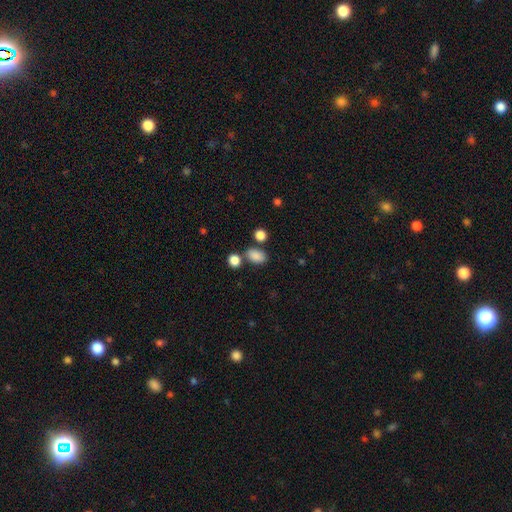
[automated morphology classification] Smooth or featured?
  - smooth: 85% *
  - star or artifact: 10%
  - featured or disk: 5%
How rounded?
  - in between: 81% *
  - round: 18%
  - cigar-shaped: 1%
Merging?
  - none: 66% *
  - merger: 16%
  - minor disturbance: 13%
  - major disturbance: 4%